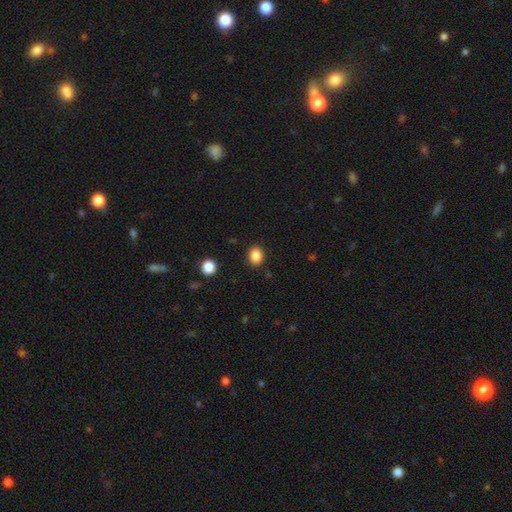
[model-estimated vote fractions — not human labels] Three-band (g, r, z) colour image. It shows a smooth galaxy with no disk features (86%) that is round (54%). Merging: none (89%).